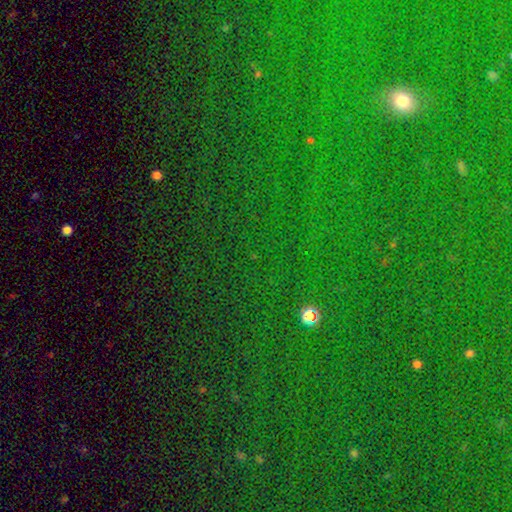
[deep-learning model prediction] smooth-or-featured: star or artifact: 79% | smooth: 12% | featured or disk: 9%